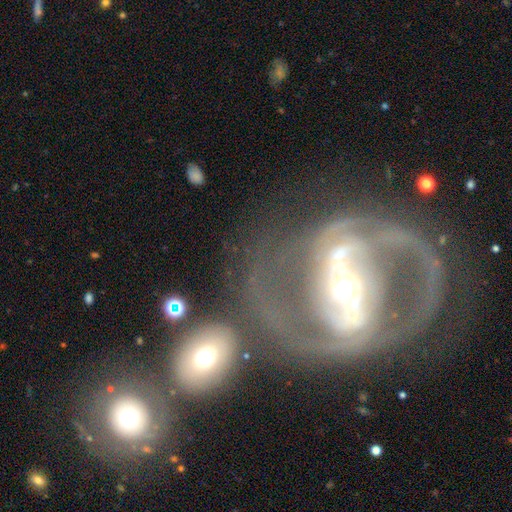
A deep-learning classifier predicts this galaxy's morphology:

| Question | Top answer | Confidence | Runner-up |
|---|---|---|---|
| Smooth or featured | featured or disk | 89% | star or artifact (6%) |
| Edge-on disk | no | 97% | yes (3%) |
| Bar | strong | 63% | weak (25%) |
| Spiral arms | yes | 95% | no (5%) |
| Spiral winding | medium | 55% | tight (23%) |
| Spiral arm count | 2 | 85% | can't tell (4%) |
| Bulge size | moderate | 47% | small (46%) |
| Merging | none | 52% | major disturbance (18%) |